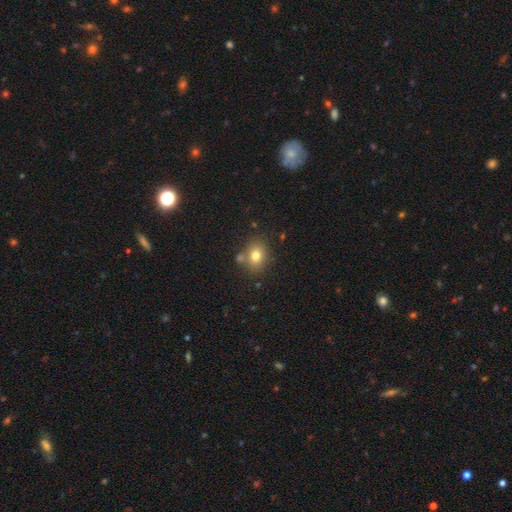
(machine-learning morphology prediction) Q: Smooth or featured?
A: smooth (77%); runner-up: star or artifact (12%)
Q: How rounded?
A: in between (50%); runner-up: round (49%)
Q: Merging?
A: none (72%); runner-up: minor disturbance (12%)